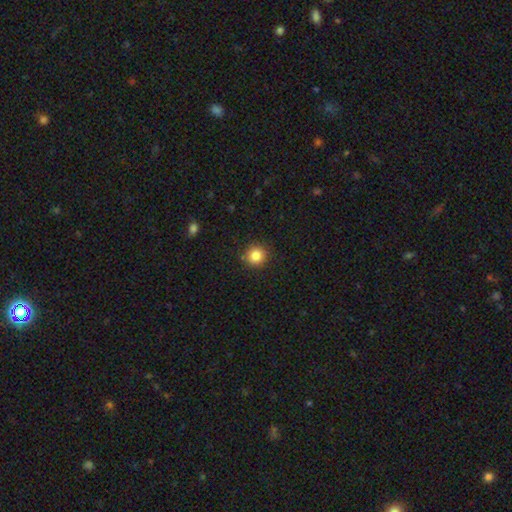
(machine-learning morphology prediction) A smooth galaxy with no disk features (85%) that is round (93%). Merging: none (89%).